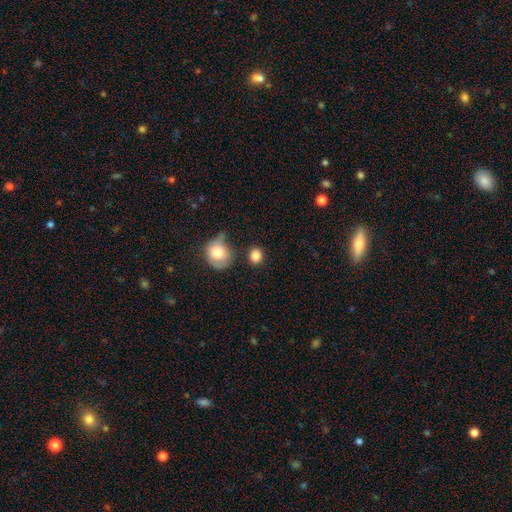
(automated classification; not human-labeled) smooth 85%, star or artifact 9%, featured or disk 6%. Down the decision tree: how rounded — round (75%); merging — none (73%).